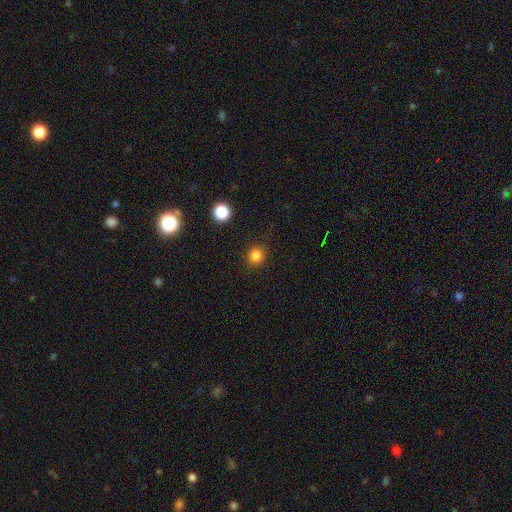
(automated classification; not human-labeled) Smooth or featured? smooth (82%)
How rounded? round (89%)
Merging? none (90%)